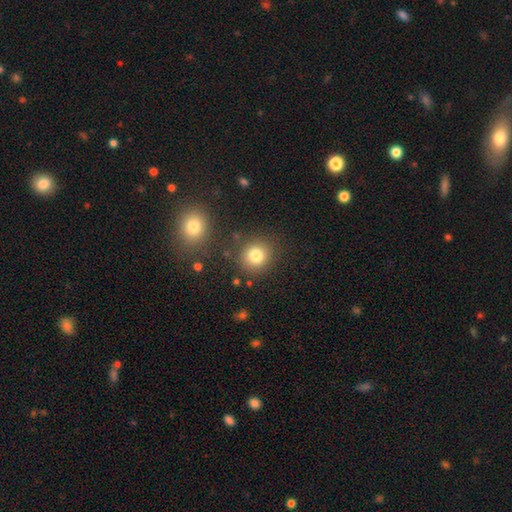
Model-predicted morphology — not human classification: A smooth galaxy with no disk features (81%) that is round (86%).

Vote fractions:
- Smooth or featured? smooth: 81% / star or artifact: 12% / featured or disk: 7%
- How rounded? round: 86% / in between: 13% / cigar-shaped: 1%
- Merging? none: 83% / minor disturbance: 9% / merger: 5% / major disturbance: 4%